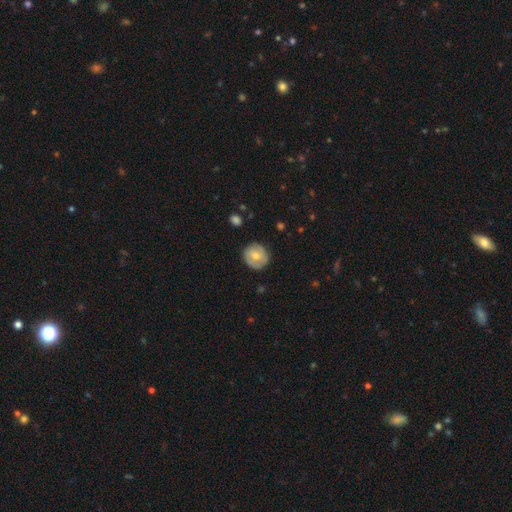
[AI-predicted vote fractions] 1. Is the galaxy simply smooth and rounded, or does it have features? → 61% smooth, 33% featured or disk, 7% star or artifact.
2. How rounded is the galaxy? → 89% round, 10% in between, 1% cigar-shaped.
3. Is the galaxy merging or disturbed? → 81% none, 15% minor disturbance, 3% major disturbance, 1% merger.